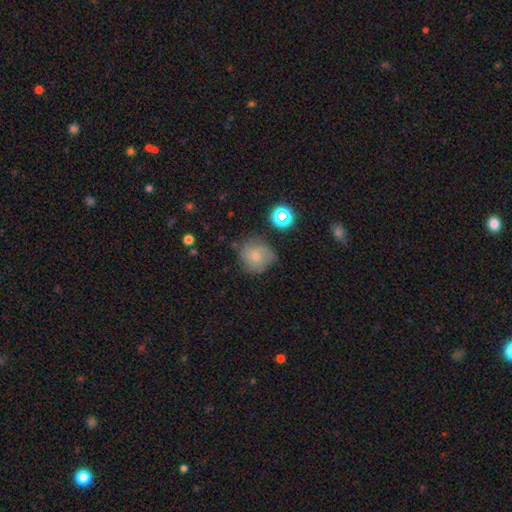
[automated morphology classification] This appears to be a smooth galaxy with no disk features (67%) that is round (87%). Merging: none (63%).